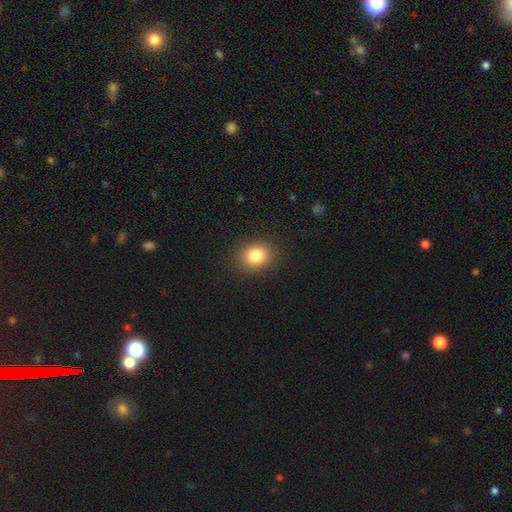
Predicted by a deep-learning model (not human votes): The model was most divided on "how rounded": round: 53%, in between: 46%, cigar-shaped: 1%. More confident: merging — none (88%); smooth or featured — smooth (84%).